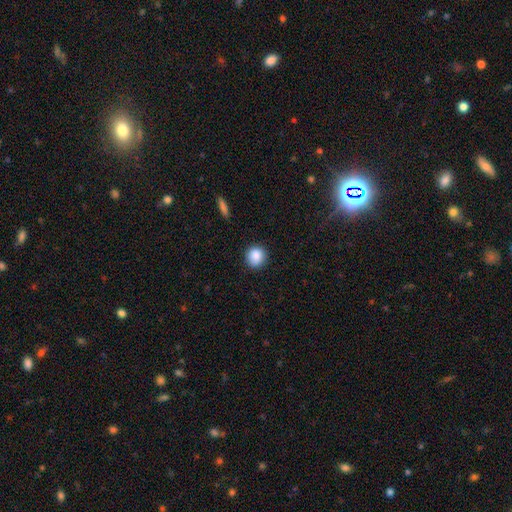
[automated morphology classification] This appears to be a smooth galaxy with no disk features (87%) that is round (89%). Merging: none (88%).